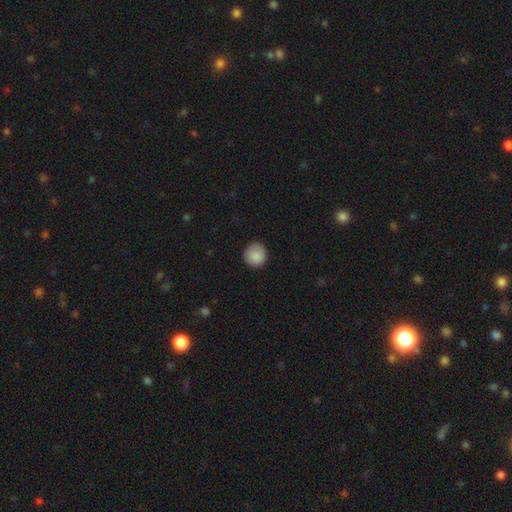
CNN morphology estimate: Smooth or featured? Predicted: smooth (p=0.88). How rounded? Predicted: round (p=0.93). Merging? Predicted: none (p=0.87).